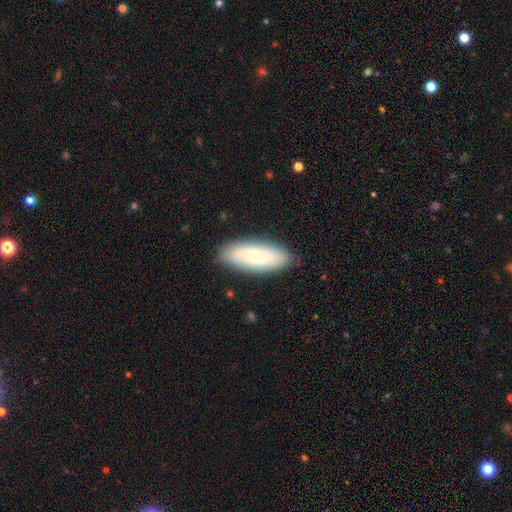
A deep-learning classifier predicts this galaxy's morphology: This is possibly a smooth galaxy (49%). Merging: clearly none (84%).